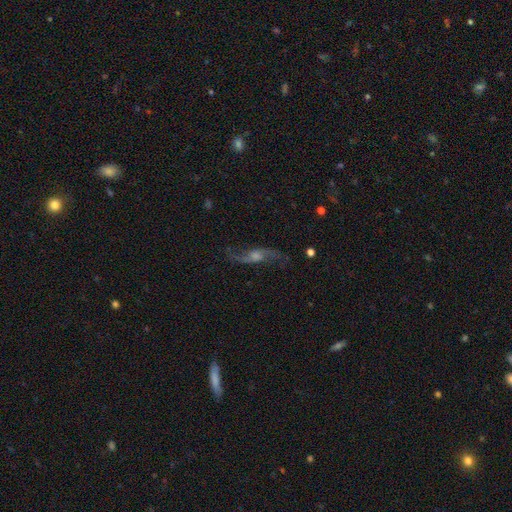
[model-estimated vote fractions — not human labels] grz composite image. It shows a featured or disk galaxy (82%) with no bar (54%), 2 (93%) loose (84%) spiral arms (94%) and a moderate central bulge (47%). Merging: none (76%).